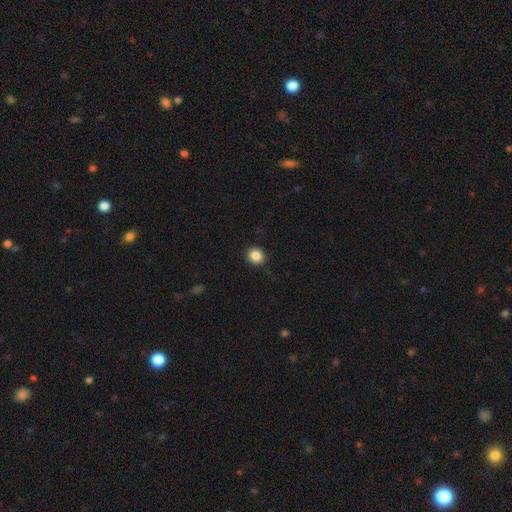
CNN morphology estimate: Smooth or featured? smooth (87%)
How rounded? round (83%)
Merging? none (90%)